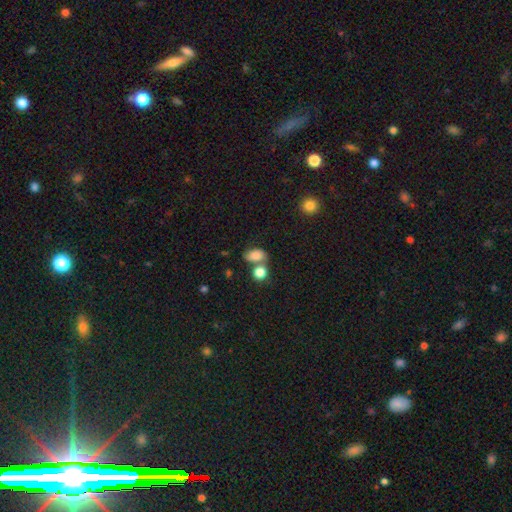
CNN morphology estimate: A smooth galaxy with no disk features (82%) that is in between round and cigar-shaped (79%). Merging: none (42%).